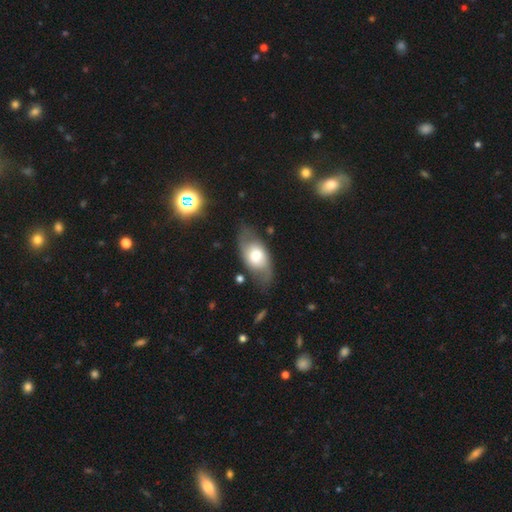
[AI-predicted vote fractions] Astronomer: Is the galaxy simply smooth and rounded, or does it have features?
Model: smooth — 49% (runner-up: featured or disk, 44%).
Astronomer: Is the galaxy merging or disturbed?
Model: none — 69%.